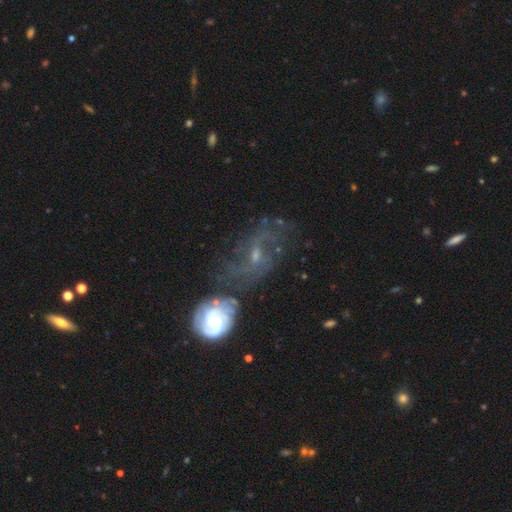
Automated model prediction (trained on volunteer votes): Smooth or featured? featured or disk (70%)
Edge-on disk? no (95%)
Bar? no (43%, tied with weak)
Spiral arms? yes (80%)
Spiral winding? loose (40%)
Spiral arm count? 2 (52%)
Bulge size? small (54%)
Merging? none (43%)